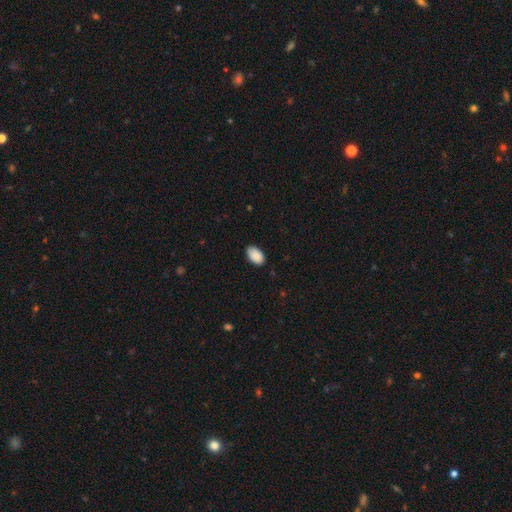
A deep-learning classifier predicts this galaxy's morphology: type=smooth (90%); roundness=in between (93%); merging=none (82%).